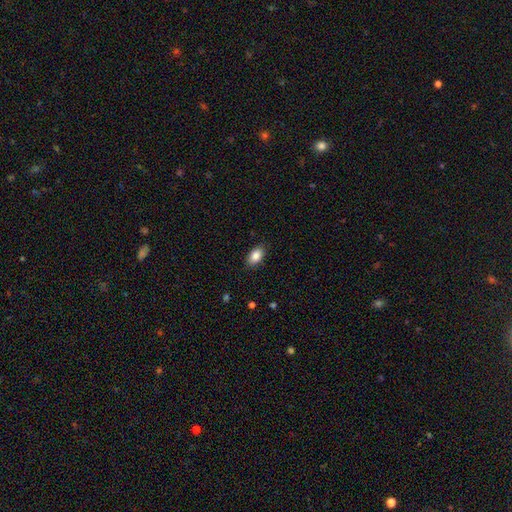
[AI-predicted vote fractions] A smooth galaxy with no disk features (86%) that is in between round and cigar-shaped (91%).

Vote fractions:
- Smooth or featured? smooth: 86% / star or artifact: 8% / featured or disk: 6%
- How rounded? in between: 91% / round: 6% / cigar-shaped: 3%
- Merging? none: 87% / minor disturbance: 9% / major disturbance: 2% / merger: 1%